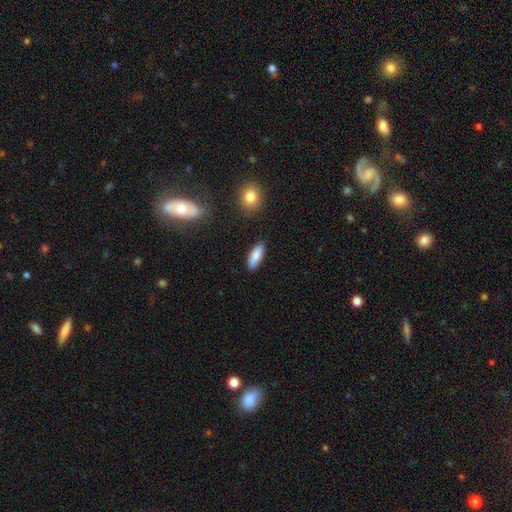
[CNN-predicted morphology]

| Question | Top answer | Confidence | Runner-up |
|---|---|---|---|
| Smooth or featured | smooth | 86% | featured or disk (7%) |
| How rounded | in between | 69% | cigar-shaped (29%) |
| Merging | none | 88% | minor disturbance (9%) |